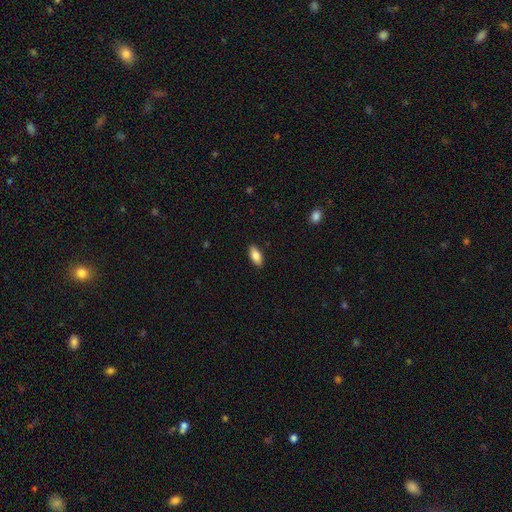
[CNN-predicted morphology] A smooth galaxy with no disk features (84%) that is in between round and cigar-shaped (87%). Merging: none (89%).